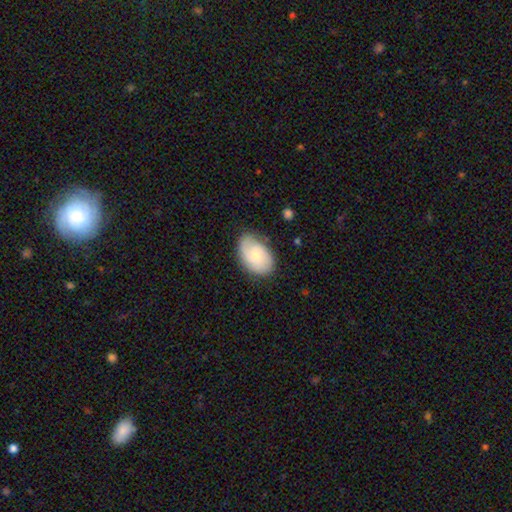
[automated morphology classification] type=smooth (51%); roundness=in between (85%); merging=none (70%).